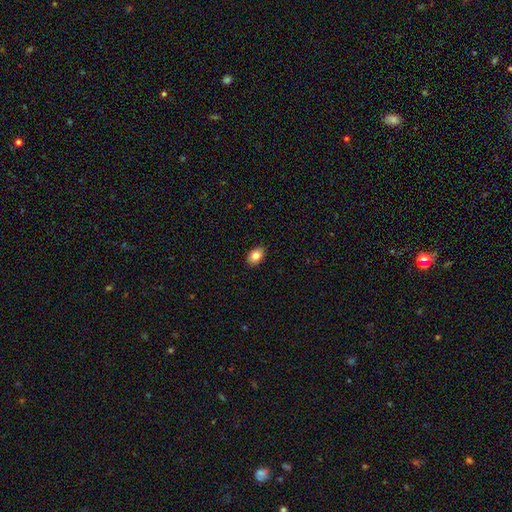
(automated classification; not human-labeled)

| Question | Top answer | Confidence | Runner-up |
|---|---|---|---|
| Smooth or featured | smooth | 83% | featured or disk (8%) |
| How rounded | in between | 84% | round (15%) |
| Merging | none | 89% | minor disturbance (8%) |